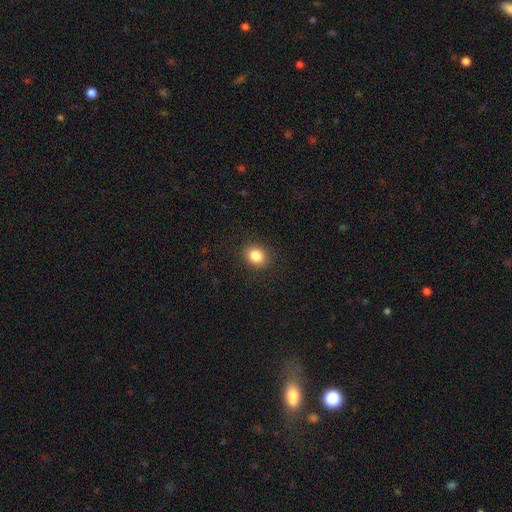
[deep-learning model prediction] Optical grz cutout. It shows a smooth galaxy with no disk features (85%) that is round (55%). Merging: none (89%).